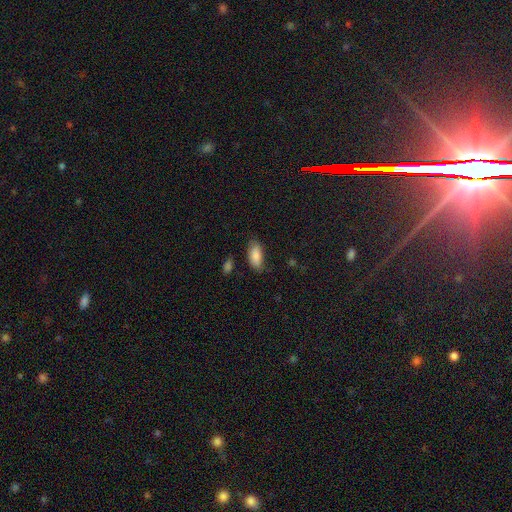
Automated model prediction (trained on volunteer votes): Smooth or featured?
  - smooth: 86% *
  - featured or disk: 7%
  - star or artifact: 7%
How rounded?
  - in between: 90% *
  - cigar-shaped: 8%
  - round: 2%
Merging?
  - none: 76% *
  - minor disturbance: 17%
  - major disturbance: 4%
  - merger: 3%